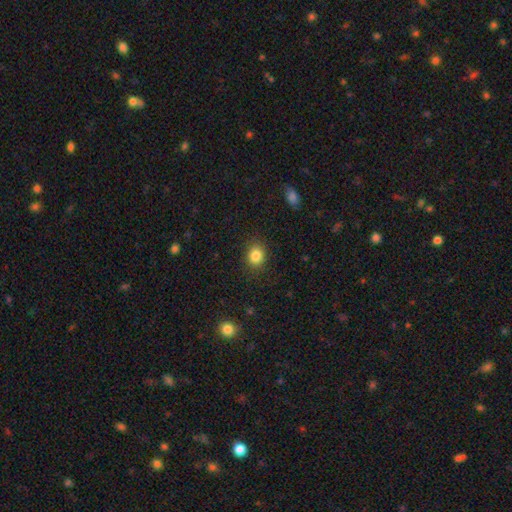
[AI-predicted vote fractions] smooth_or_featured: smooth (p=0.85) [alt: star or artifact p=0.10]
how_rounded: round (p=0.60) [alt: in between p=0.39]
merging: none (p=0.87) [alt: minor disturbance p=0.09]